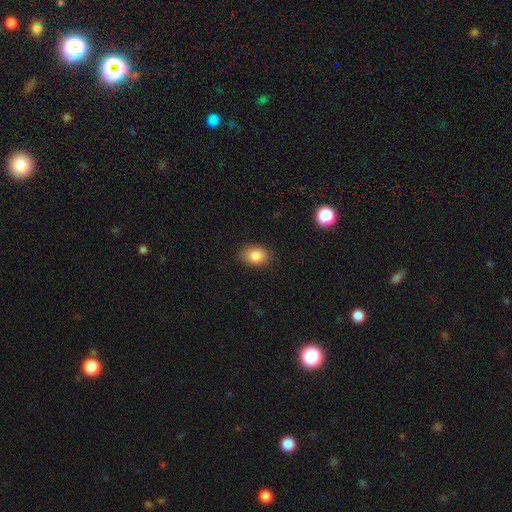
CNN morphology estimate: Smooth or featured? Predicted: smooth (p=0.85). How rounded? Predicted: in between (p=0.78). Merging? Predicted: none (p=0.82).